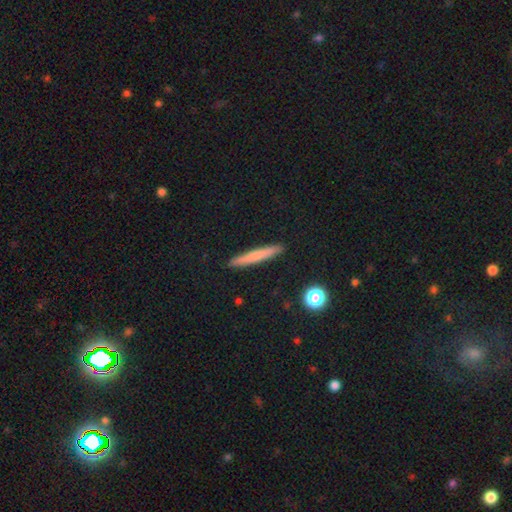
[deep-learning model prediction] Smooth or featured? Predicted: smooth (p=0.68). How rounded? Predicted: cigar-shaped (p=0.96). Merging? Predicted: none (p=0.92).